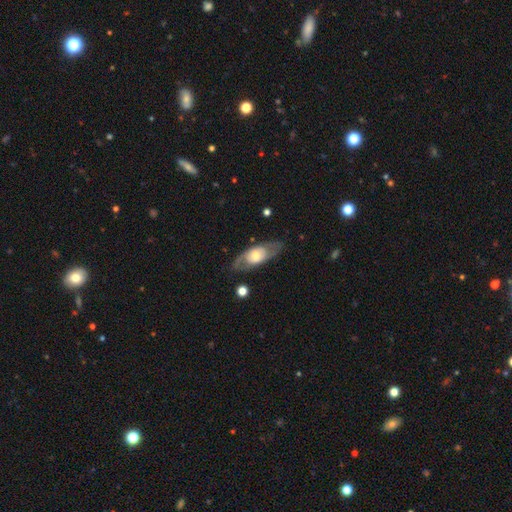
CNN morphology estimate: Q: Smooth or featured?
A: featured or disk (61%); runner-up: smooth (33%)
Q: Edge-on disk?
A: no (78%); runner-up: yes (22%)
Q: Merging?
A: none (76%); runner-up: minor disturbance (15%)